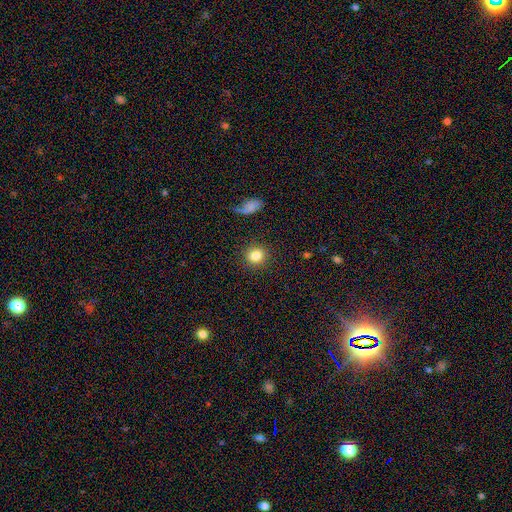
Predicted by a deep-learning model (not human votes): Morphology: type=smooth (84%); roundness=round (84%); merging=none (88%).